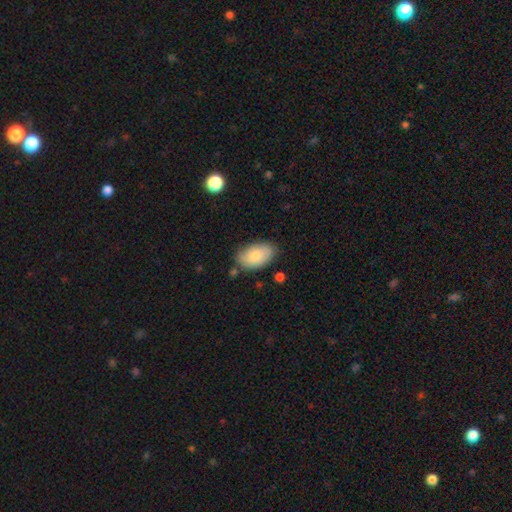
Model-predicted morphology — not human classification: This is clearly a smooth galaxy (84%). How rounded: clearly in between (94%). Merging: likely none (76%).